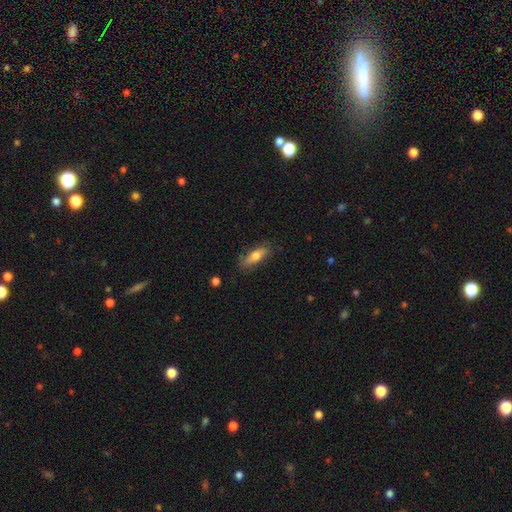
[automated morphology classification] type=smooth (68%); roundness=in between (59%); merging=none (76%).